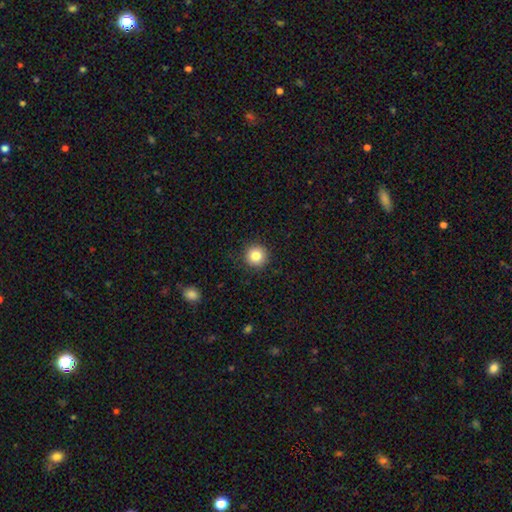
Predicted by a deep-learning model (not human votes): This appears to be a smooth galaxy with no disk features (83%) that is round (95%). Merging: none (91%).